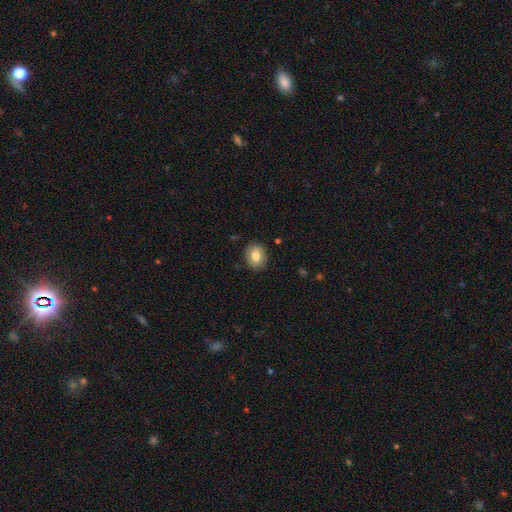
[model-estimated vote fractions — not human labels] A smooth galaxy with no disk features (78%) that is round (50%). Merging: none (85%).